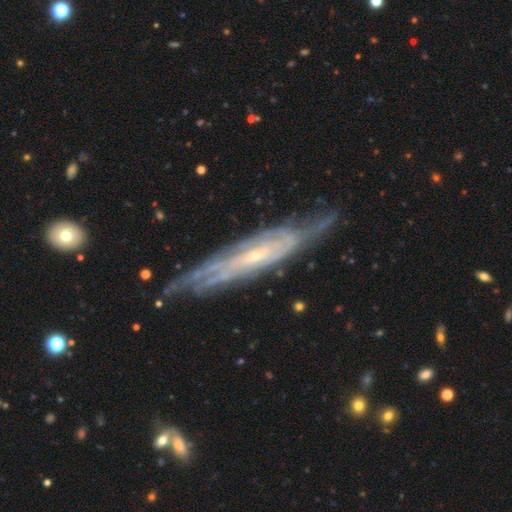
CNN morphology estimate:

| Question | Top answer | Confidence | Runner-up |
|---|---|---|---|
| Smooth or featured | featured or disk | 84% | smooth (10%) |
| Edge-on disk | no | 63% | yes (37%) |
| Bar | no | 58% | weak (31%) |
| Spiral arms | yes | 93% | no (7%) |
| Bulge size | small | 78% | moderate (17%) |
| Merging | none | 72% | minor disturbance (20%) |